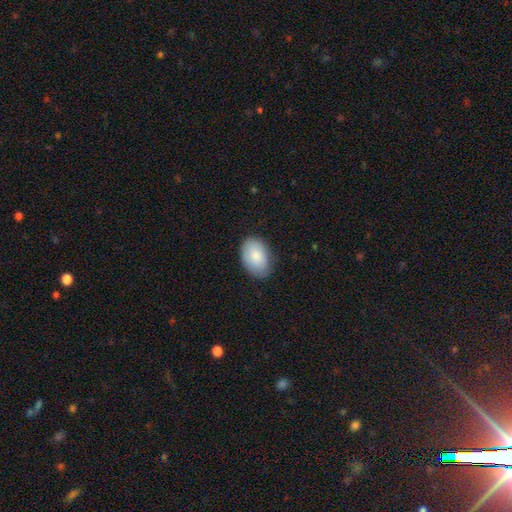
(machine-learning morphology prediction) smooth_or_featured: smooth (p=0.83) [alt: featured or disk p=0.10]
how_rounded: in between (p=0.88) [alt: round p=0.11]
merging: none (p=0.78) [alt: minor disturbance p=0.17]